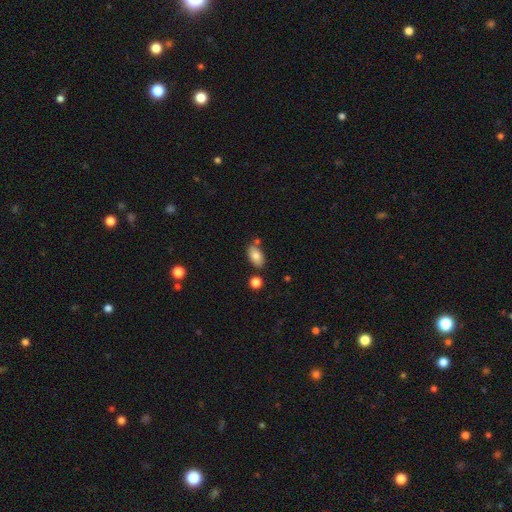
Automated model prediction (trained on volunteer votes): smooth 80%, featured or disk 12%, star or artifact 8%. Down the decision tree: how rounded — in between (92%); merging — none (73%).